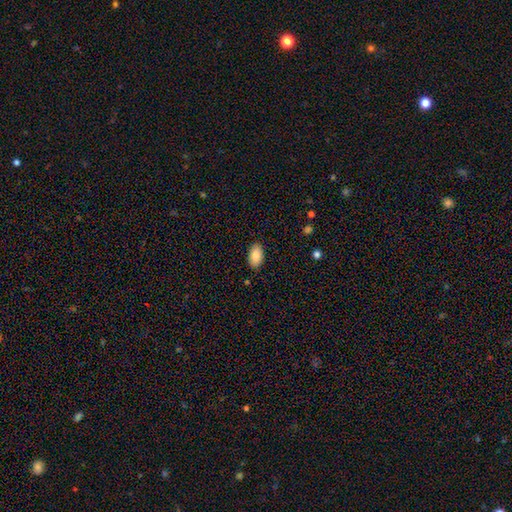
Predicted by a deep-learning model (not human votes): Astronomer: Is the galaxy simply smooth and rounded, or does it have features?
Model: smooth — 87%.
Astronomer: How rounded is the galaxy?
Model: in between — 95%.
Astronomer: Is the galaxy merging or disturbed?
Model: none — 88%.